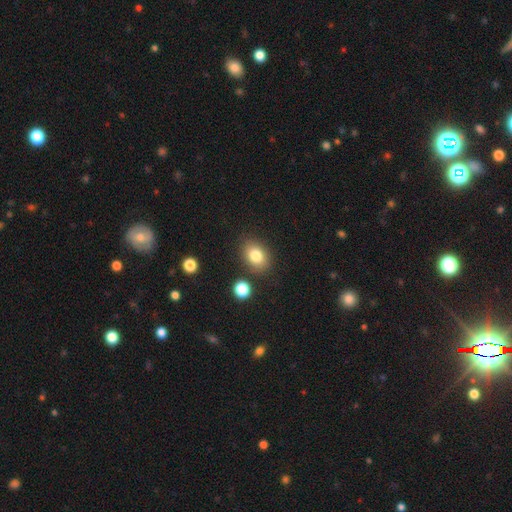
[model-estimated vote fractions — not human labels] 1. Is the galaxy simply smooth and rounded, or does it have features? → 81% smooth, 10% star or artifact, 9% featured or disk.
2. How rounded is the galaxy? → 62% in between, 37% round, 1% cigar-shaped.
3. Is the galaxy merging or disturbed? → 82% none, 10% minor disturbance, 4% merger, 3% major disturbance.